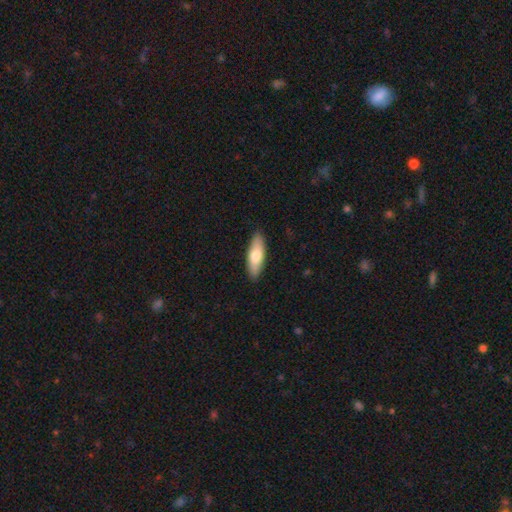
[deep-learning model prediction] This appears to be a smooth galaxy with no disk features (73%) that is in between round and cigar-shaped (56%). Merging: none (89%).